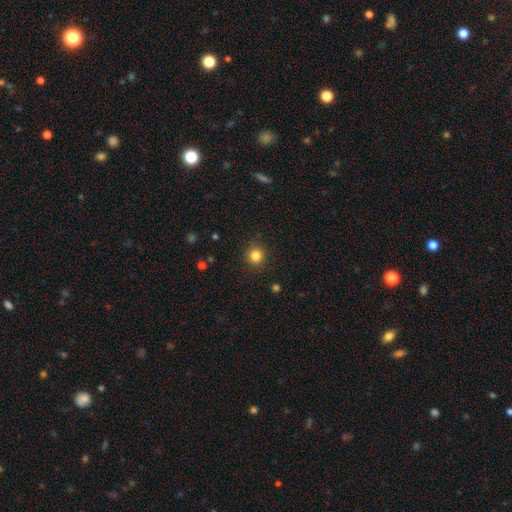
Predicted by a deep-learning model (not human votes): This is clearly a smooth galaxy (83%). How rounded: clearly round (93%). Merging: clearly none (90%).